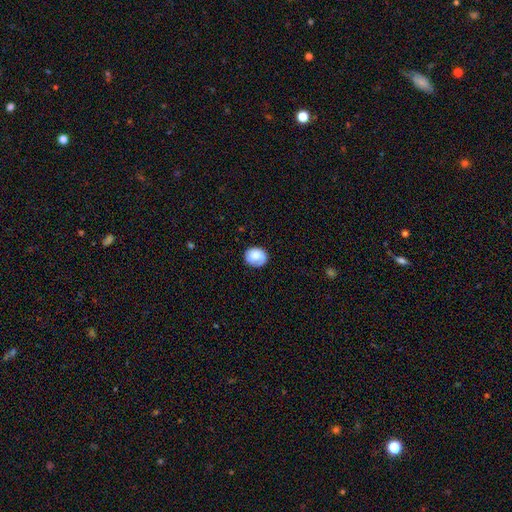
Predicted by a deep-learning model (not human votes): This is likely a smooth galaxy (74%). How rounded: likely round (68%). Merging: likely none (74%).